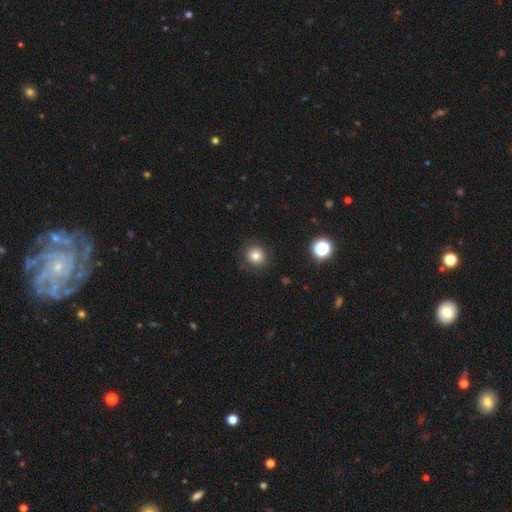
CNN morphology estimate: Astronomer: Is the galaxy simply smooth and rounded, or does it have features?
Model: smooth — 80%.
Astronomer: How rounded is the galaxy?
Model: round — 86%.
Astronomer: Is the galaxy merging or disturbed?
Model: none — 88%.